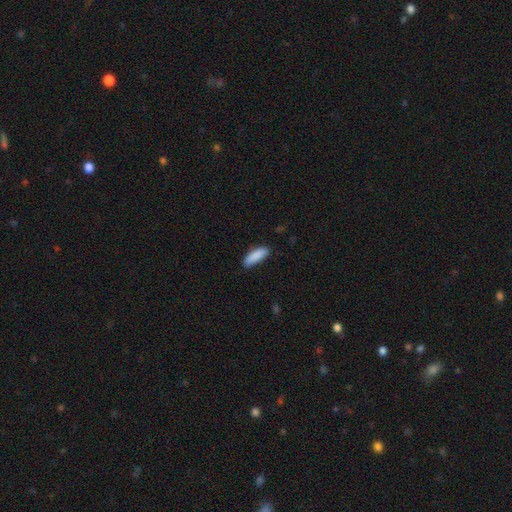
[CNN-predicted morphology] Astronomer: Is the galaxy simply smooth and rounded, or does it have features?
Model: smooth — 89%.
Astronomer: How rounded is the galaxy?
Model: in between — 66%.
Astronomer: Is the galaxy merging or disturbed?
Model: none — 75%.